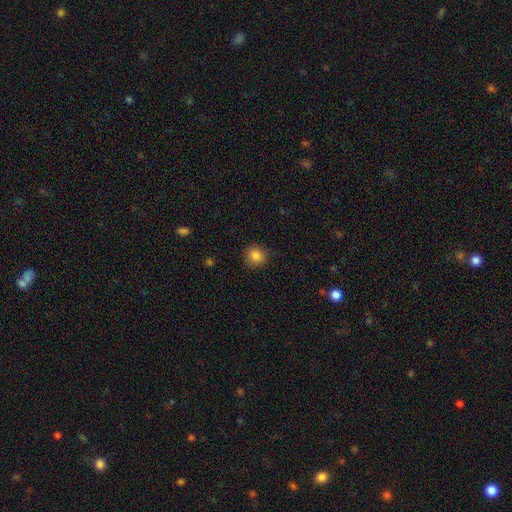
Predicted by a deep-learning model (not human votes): This appears to be a smooth galaxy with no disk features (85%) that is round (84%). Merging: none (86%).